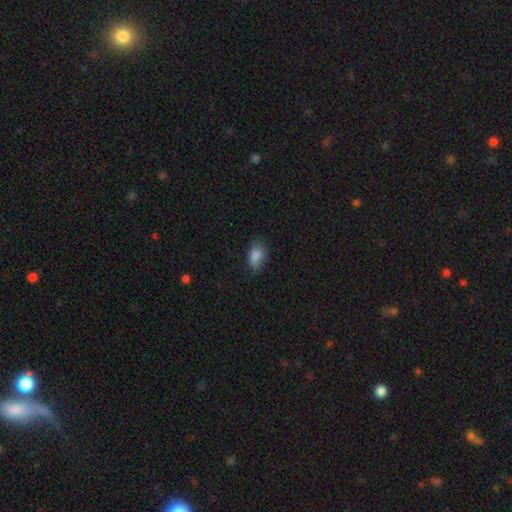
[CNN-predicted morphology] Smooth or featured? Predicted: smooth (p=0.84). How rounded? Predicted: in between (p=0.89). Merging? Predicted: none (p=0.64).